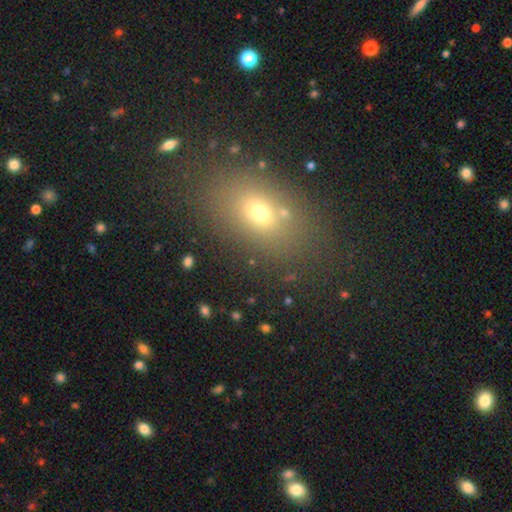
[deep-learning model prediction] Smooth or featured: smooth — 62% (star or artifact — 25%)
How rounded: in between — 73% (round — 24%)
Merging: none — 84% (minor disturbance — 9%)